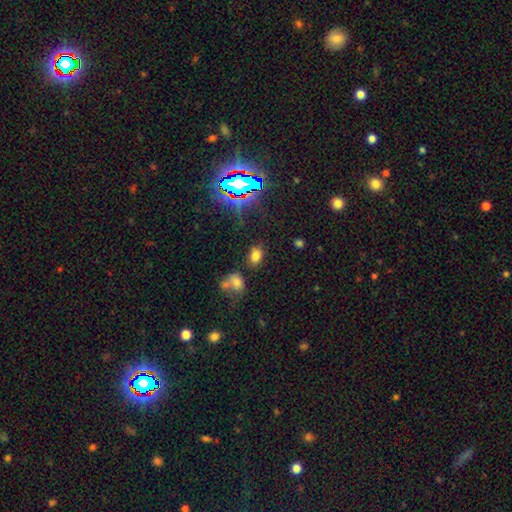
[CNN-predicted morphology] This appears to be a smooth galaxy with no disk features (69%) that is in between round and cigar-shaped (78%). Merging: none (75%).